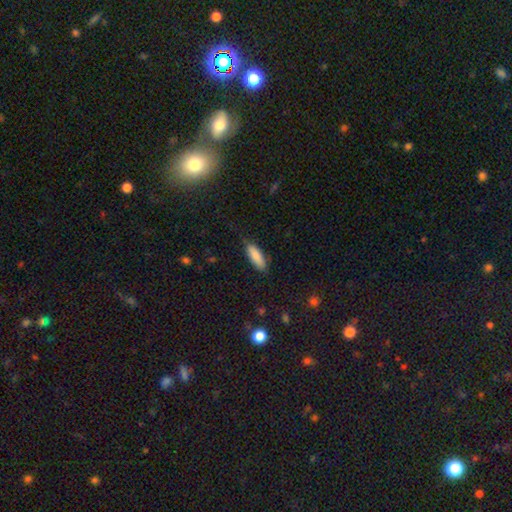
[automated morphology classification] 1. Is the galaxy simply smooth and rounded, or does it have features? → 87% smooth, 7% featured or disk, 6% star or artifact.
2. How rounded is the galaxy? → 61% in between, 37% cigar-shaped, 2% round.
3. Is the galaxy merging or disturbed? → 75% none, 20% minor disturbance, 4% major disturbance, 1% merger.